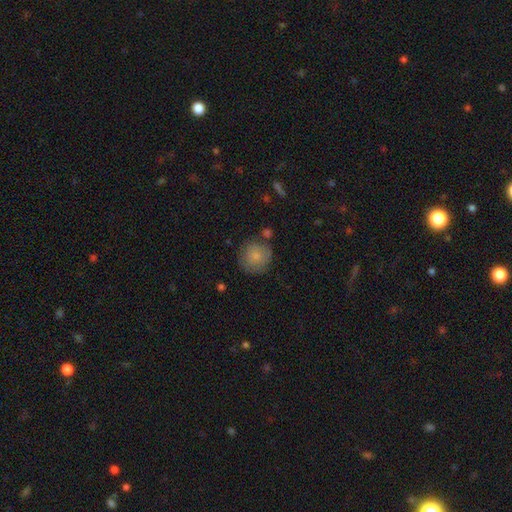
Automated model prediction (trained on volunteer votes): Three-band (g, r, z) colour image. It shows a smooth galaxy with no disk features (83%) that is round (92%). Merging: none (74%).